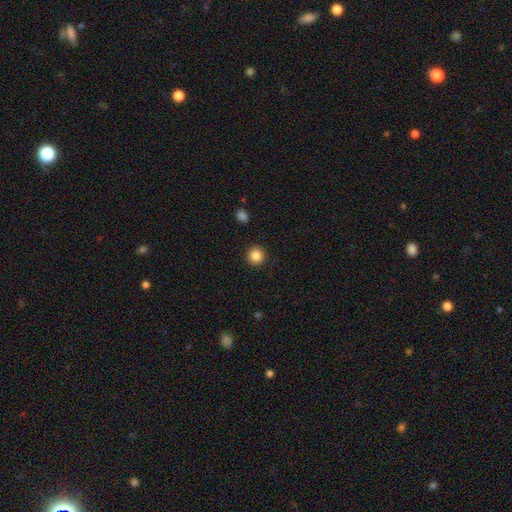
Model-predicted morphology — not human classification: smooth-or-featured: smooth: 85% | star or artifact: 10% | featured or disk: 4%
  how-rounded: round: 93% | in between: 6% | cigar-shaped: 1%
  merging: none: 92% | minor disturbance: 5% | major disturbance: 2% | merger: 1%